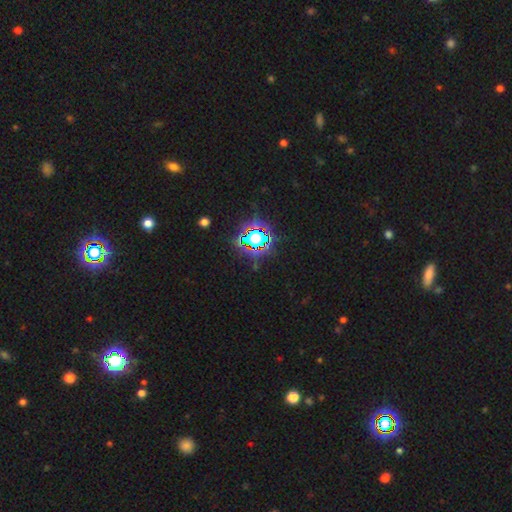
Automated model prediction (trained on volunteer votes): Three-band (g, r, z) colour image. It shows a star or artifact, not a galaxy (79%).